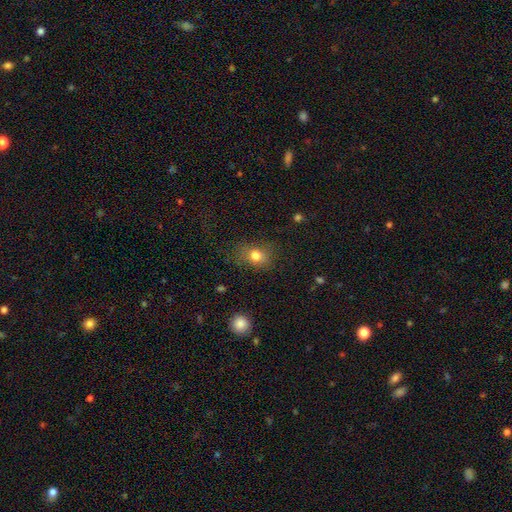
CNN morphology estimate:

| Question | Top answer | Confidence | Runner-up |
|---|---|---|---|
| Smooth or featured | smooth | 78% | star or artifact (13%) |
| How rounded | round | 51% | in between (47%) |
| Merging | none | 71% | minor disturbance (18%) |